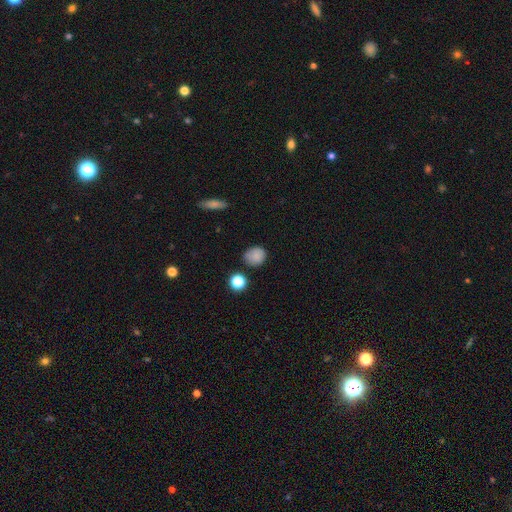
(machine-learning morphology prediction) This appears to be a smooth galaxy with no disk features (84%) that is round (73%). Merging: none (74%).